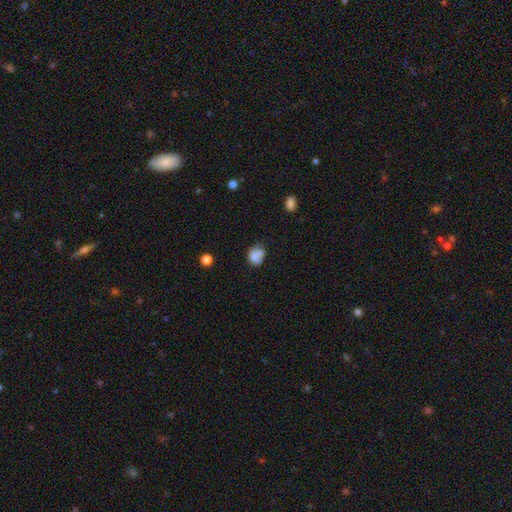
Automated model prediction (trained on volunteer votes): This is likely a smooth galaxy (75%). How rounded: possibly round (50%). Merging: marginally none (40%).